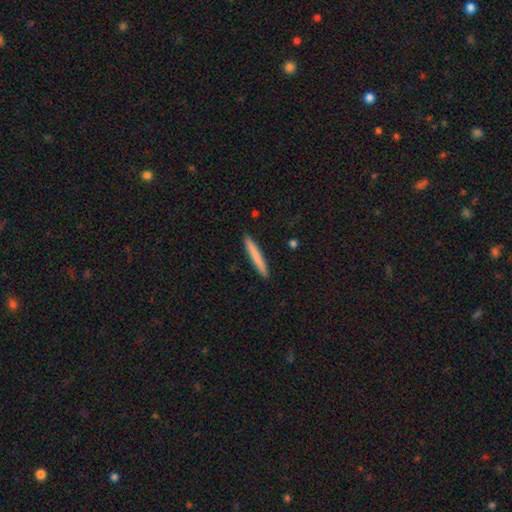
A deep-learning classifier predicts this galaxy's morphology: The model was most divided on "smooth or featured": smooth: 76%, featured or disk: 18%, star or artifact: 6%. More confident: how rounded — cigar-shaped (96%); merging — none (92%).